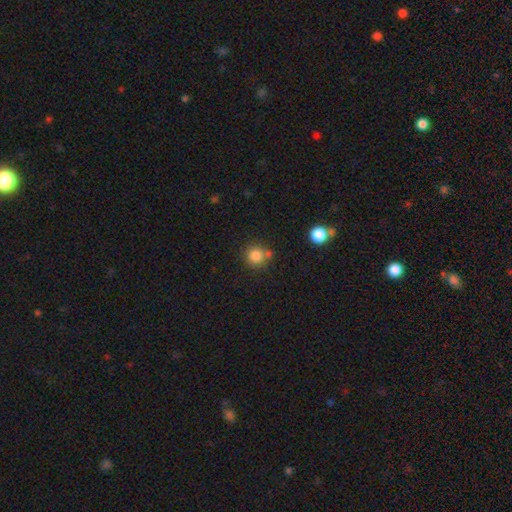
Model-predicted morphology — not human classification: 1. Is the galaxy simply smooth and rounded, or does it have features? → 82% smooth, 12% star or artifact, 6% featured or disk.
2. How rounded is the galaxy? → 92% round, 7% in between, 1% cigar-shaped.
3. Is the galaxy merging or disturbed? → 69% none, 15% merger, 12% minor disturbance, 4% major disturbance.